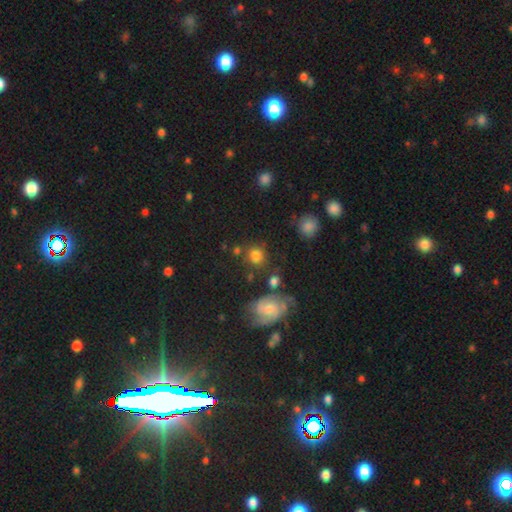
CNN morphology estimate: smooth_or_featured: smooth (p=0.75) [alt: featured or disk p=0.13]
how_rounded: round (p=0.80) [alt: in between p=0.19]
merging: none (p=0.70) [alt: minor disturbance p=0.14]